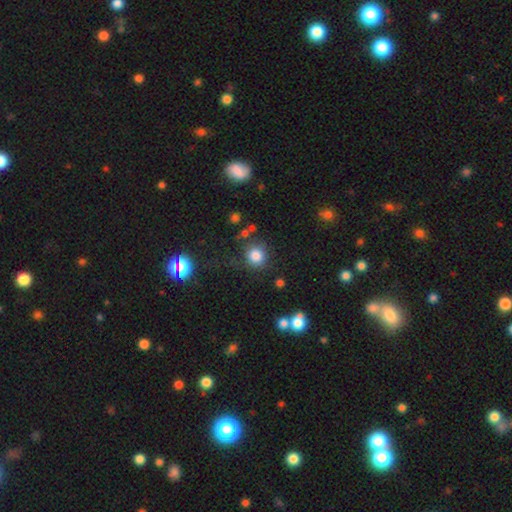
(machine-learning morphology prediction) A smooth galaxy with no disk features (82%) that is round (89%). Merging: none (79%).